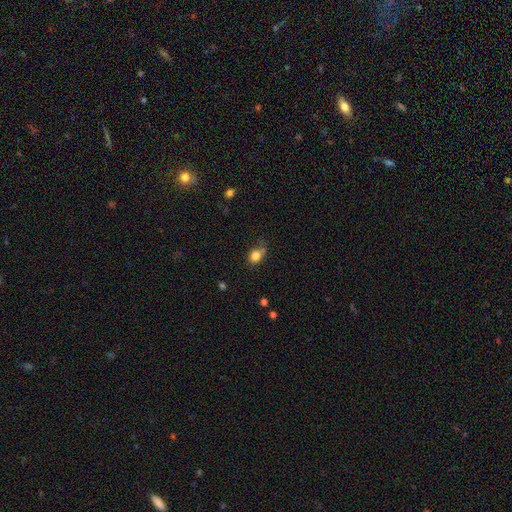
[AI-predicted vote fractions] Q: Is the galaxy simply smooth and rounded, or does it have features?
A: smooth — 82%.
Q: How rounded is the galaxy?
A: in between — 50%.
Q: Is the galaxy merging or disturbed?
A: none — 55%.